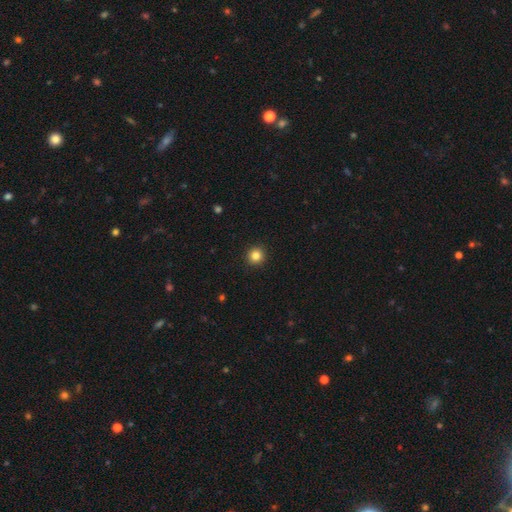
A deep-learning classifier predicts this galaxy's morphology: Smooth or featured? smooth (84%)
How rounded? round (95%)
Merging? none (93%)